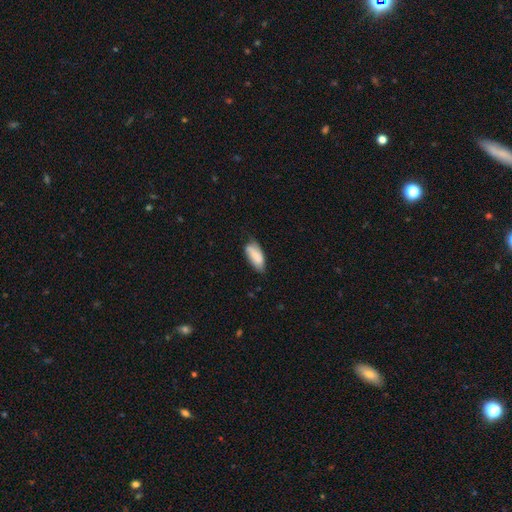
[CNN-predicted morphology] A smooth galaxy with no disk features (78%) that is in between round and cigar-shaped (85%). Merging: none (55%).